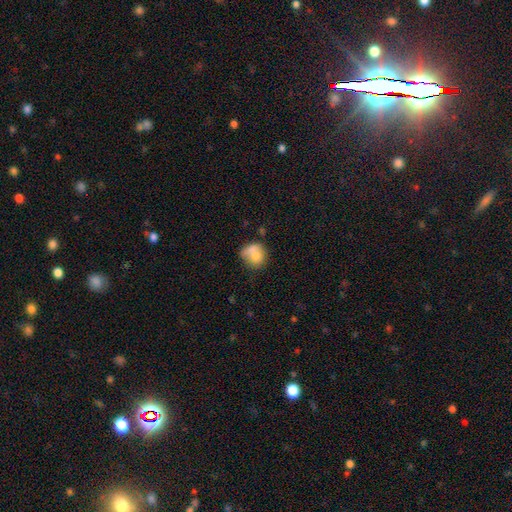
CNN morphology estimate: Overall: smooth (72%). How rounded: round (70%). Merging: none (37%; merger 30%).